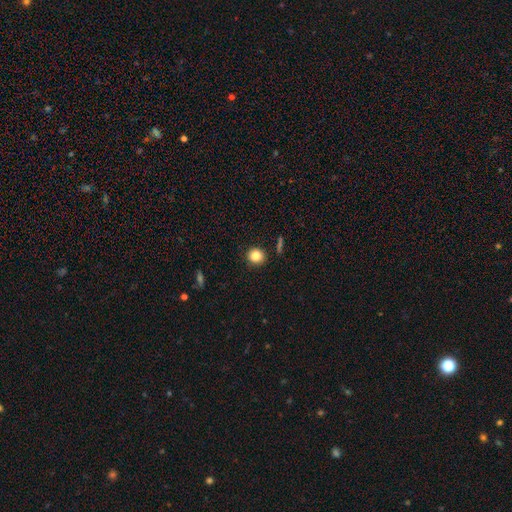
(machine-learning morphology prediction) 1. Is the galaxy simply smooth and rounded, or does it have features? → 84% smooth, 10% star or artifact, 6% featured or disk.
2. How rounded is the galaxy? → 87% round, 12% in between, 1% cigar-shaped.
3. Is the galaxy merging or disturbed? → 90% none, 7% minor disturbance, 2% major disturbance, 2% merger.